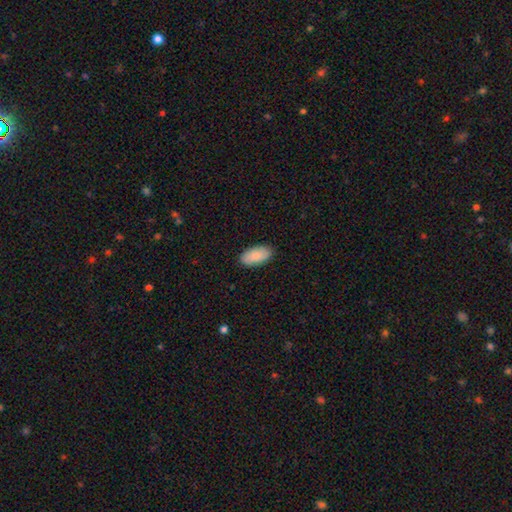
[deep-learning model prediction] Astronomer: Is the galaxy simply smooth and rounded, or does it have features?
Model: smooth — 88%.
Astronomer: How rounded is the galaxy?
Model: in between — 94%.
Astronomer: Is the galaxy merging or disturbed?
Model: none — 89%.